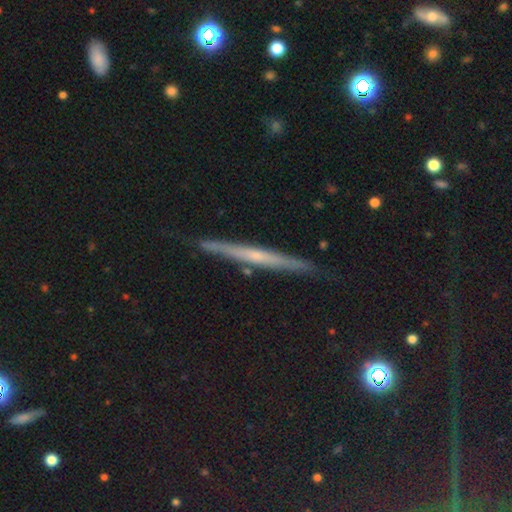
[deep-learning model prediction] A featured or disk galaxy (65%) viewed edge-on (96%) with no central bulge (57%).

Vote fractions:
- Smooth or featured? featured or disk: 65% / smooth: 24% / star or artifact: 11%
- Edge-on disk? yes: 96% / no: 4%
- Edge-on bulge? none: 57% / rounded: 37% / boxy: 6%
- Merging? none: 88% / minor disturbance: 9% / major disturbance: 2% / merger: 2%